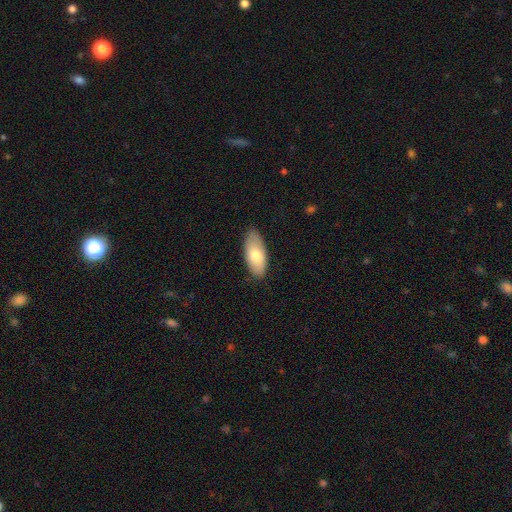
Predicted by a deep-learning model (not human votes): smooth-or-featured: smooth: 75% | featured or disk: 20% | star or artifact: 6%
  how-rounded: in between: 87% | cigar-shaped: 11% | round: 2%
  merging: none: 83% | minor disturbance: 14% | major disturbance: 2% | merger: 1%